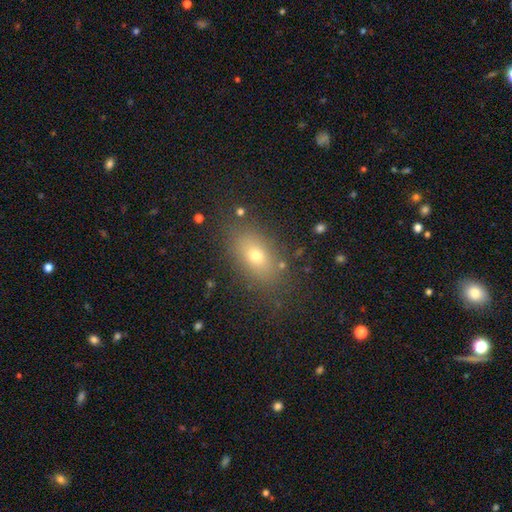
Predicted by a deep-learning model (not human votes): smooth_or_featured: smooth (p=0.69) [alt: featured or disk p=0.17]
how_rounded: in between (p=0.80) [alt: round p=0.13]
merging: none (p=0.82) [alt: minor disturbance p=0.11]